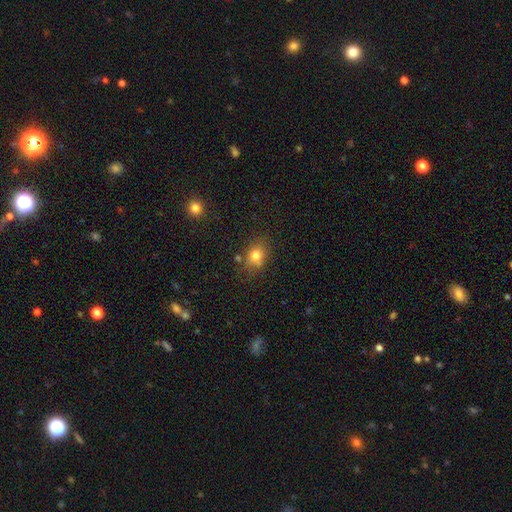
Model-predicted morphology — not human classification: Smooth or featured? Predicted: smooth (p=0.77). How rounded? Predicted: round (p=0.54). Merging? Predicted: none (p=0.70).